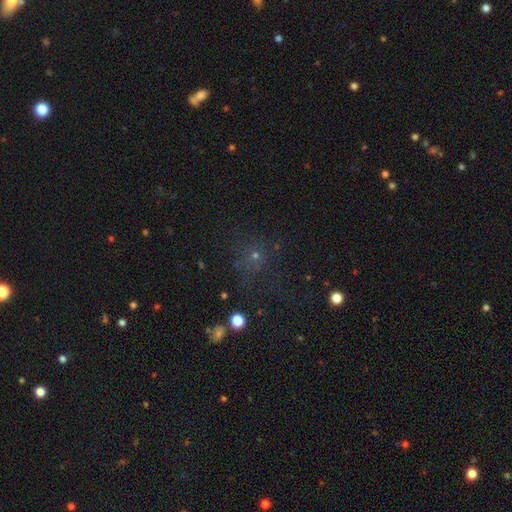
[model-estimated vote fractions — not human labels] smooth 50%, star or artifact 37%, featured or disk 13%. Down the decision tree: how rounded — round (88%); merging — none (72%).